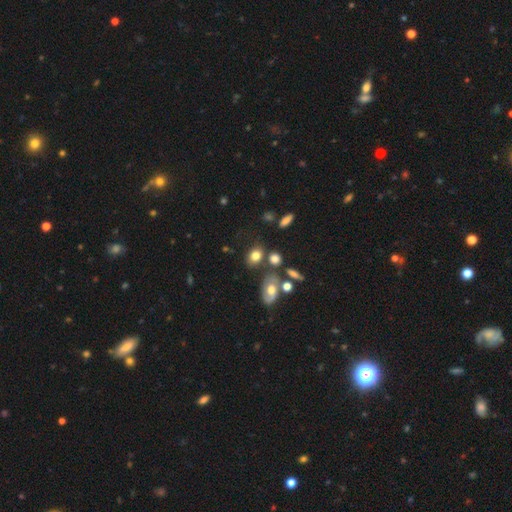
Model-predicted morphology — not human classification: Overall: smooth (75%). How rounded: in between (65%; round 33%). Merging: none (61%).